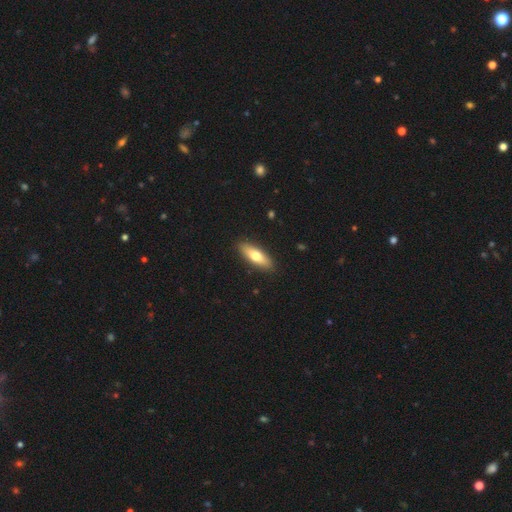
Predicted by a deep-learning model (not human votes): smooth 67%, featured or disk 27%, star or artifact 6%. Down the decision tree: how rounded — in between (54%); merging — none (90%).